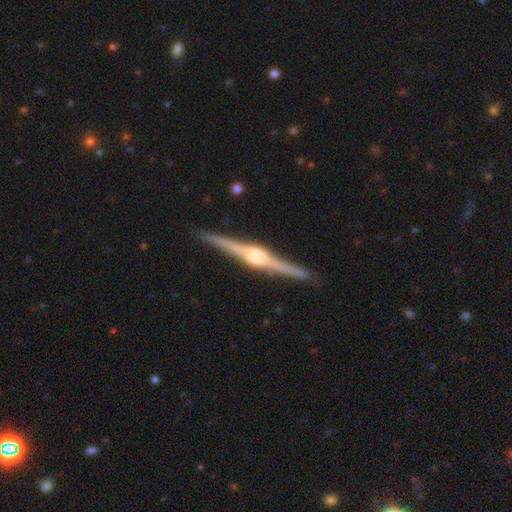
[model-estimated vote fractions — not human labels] This appears to be a featured or disk galaxy (88%) viewed edge-on (98%) with a rounded central bulge (77%). Merging: none (89%).